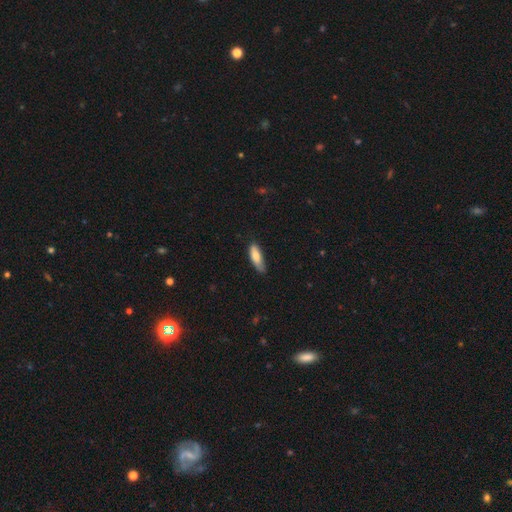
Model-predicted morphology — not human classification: This appears to be a smooth galaxy with no disk features (78%) that is in between round and cigar-shaped (52%). Merging: none (64%).